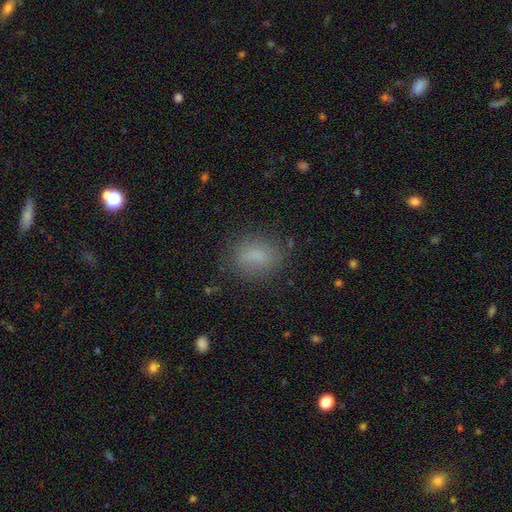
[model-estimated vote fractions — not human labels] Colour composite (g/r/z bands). It shows a smooth galaxy with no disk features (80%) that is in between round and cigar-shaped (70%). Merging: none (79%).